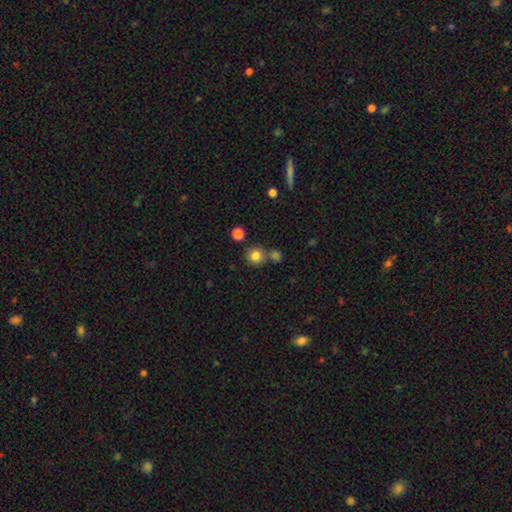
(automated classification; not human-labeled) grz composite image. It shows a smooth galaxy with no disk features (82%) that is round (92%). Merging: none (73%).